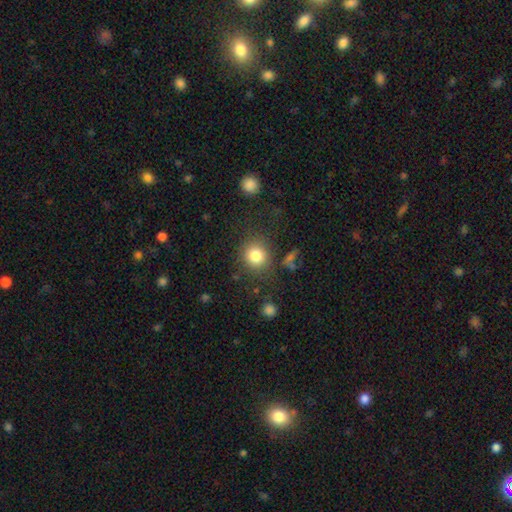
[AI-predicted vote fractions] The model was most divided on "merging": none: 80%, minor disturbance: 11%, major disturbance: 5%, merger: 4%. More confident: how rounded — round (85%); smooth or featured — smooth (82%).